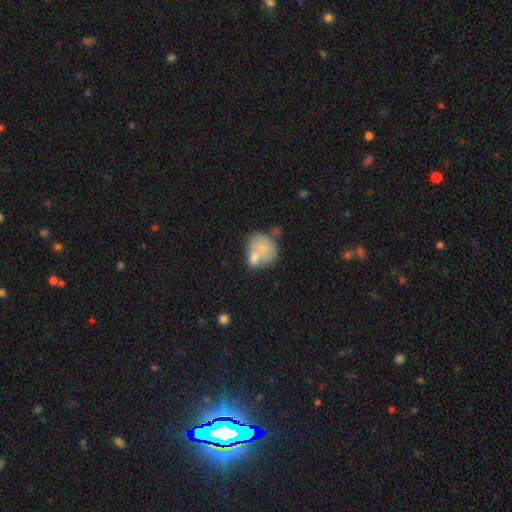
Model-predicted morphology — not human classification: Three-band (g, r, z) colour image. It shows a smooth galaxy with no disk features (66%) that is round (69%). Merging: merger (44%).